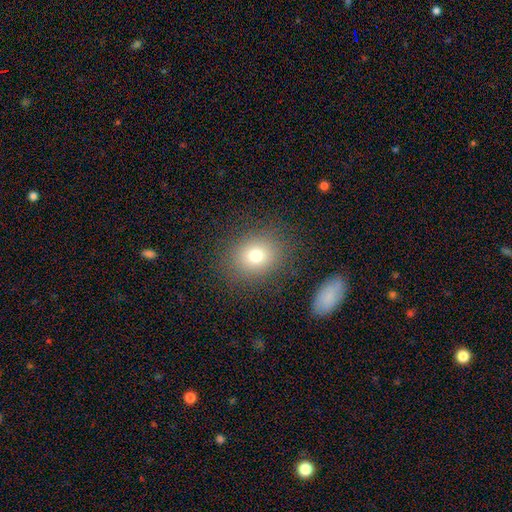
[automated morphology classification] The model was most divided on "how rounded": round: 68%, in between: 31%, cigar-shaped: 1%. More confident: merging — none (84%); smooth or featured — smooth (75%).